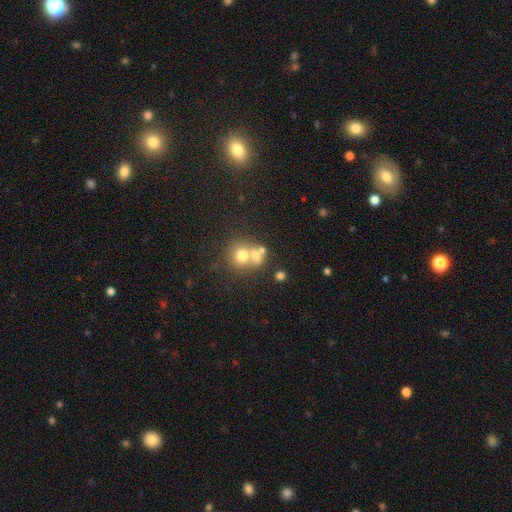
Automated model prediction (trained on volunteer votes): smooth-or-featured: smooth: 66% | featured or disk: 20% | star or artifact: 14%
  how-rounded: round: 76% | in between: 22% | cigar-shaped: 1%
  merging: merger: 52% | none: 36% | minor disturbance: 8% | major disturbance: 4%